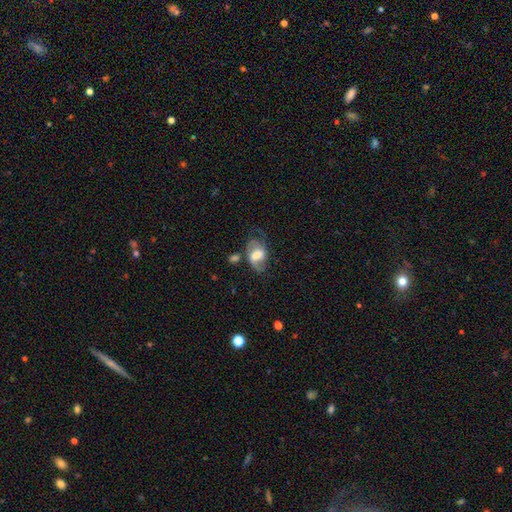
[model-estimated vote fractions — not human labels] smooth-or-featured: featured or disk: 54% | smooth: 38% | star or artifact: 8%
  disk-edge-on: no: 95% | yes: 5%
    bar: weak: 46% | no: 30% | strong: 24%
    has-spiral-arms: yes: 74% | no: 26%
    bulge-size: moderate: 39% | large: 35% | small: 14% | none: 8% | dominant: 5%
  merging: none: 41% | minor disturbance: 25% | major disturbance: 24% | merger: 11%